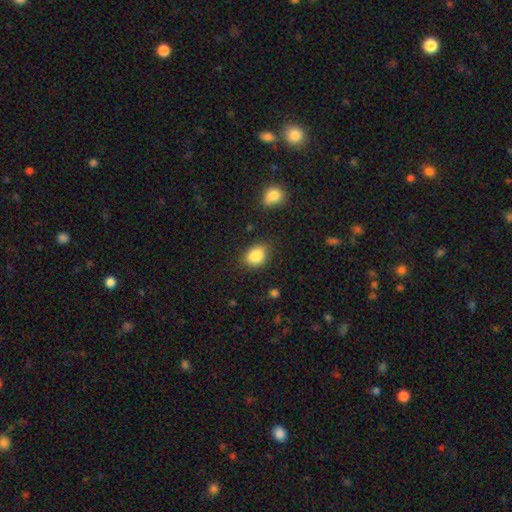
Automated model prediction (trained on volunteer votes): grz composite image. It shows a smooth galaxy with no disk features (86%) that is in between round and cigar-shaped (73%). Merging: none (75%).